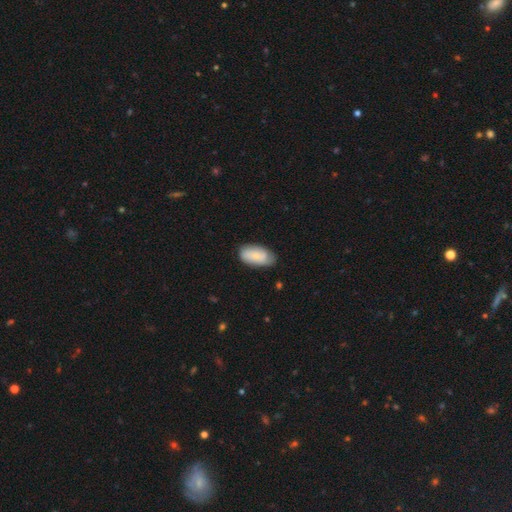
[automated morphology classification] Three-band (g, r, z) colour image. It shows a smooth galaxy with no disk features (69%) that is in between round and cigar-shaped (94%). Merging: none (70%).